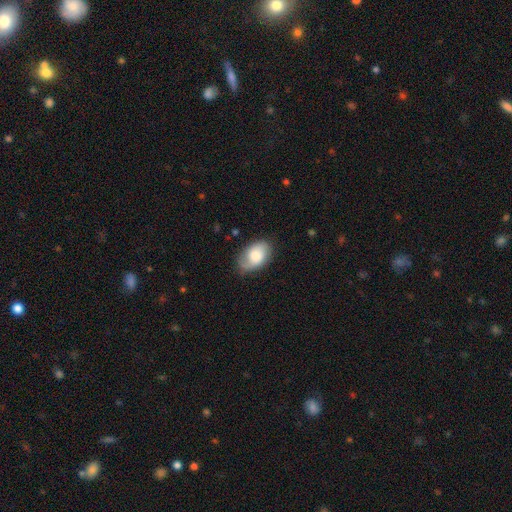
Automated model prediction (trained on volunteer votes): The model was most divided on "smooth or featured": smooth: 62%, featured or disk: 31%, star or artifact: 7%. More confident: how rounded — in between (89%); merging — none (73%).